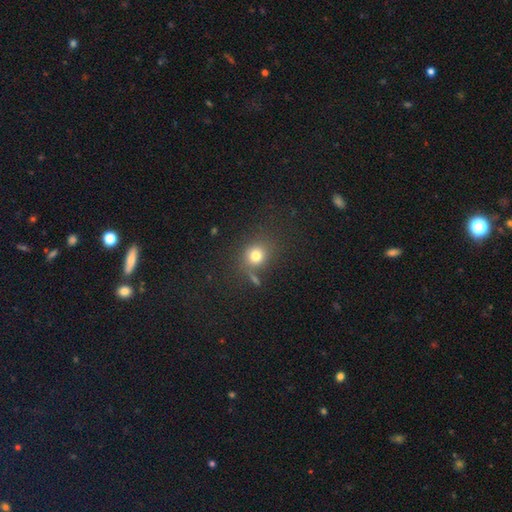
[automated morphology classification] This appears to be a smooth galaxy with no disk features (76%) that is round (79%). Merging: none (71%).